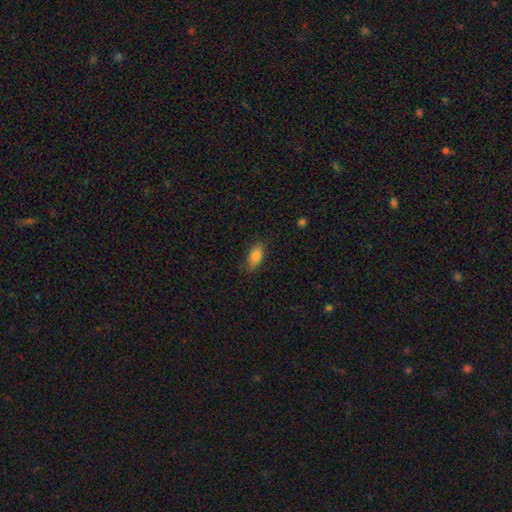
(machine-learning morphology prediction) Smooth or featured?
  - smooth: 86% *
  - star or artifact: 7%
  - featured or disk: 7%
How rounded?
  - in between: 87% *
  - cigar-shaped: 9%
  - round: 3%
Merging?
  - none: 79% *
  - minor disturbance: 16%
  - major disturbance: 4%
  - merger: 1%